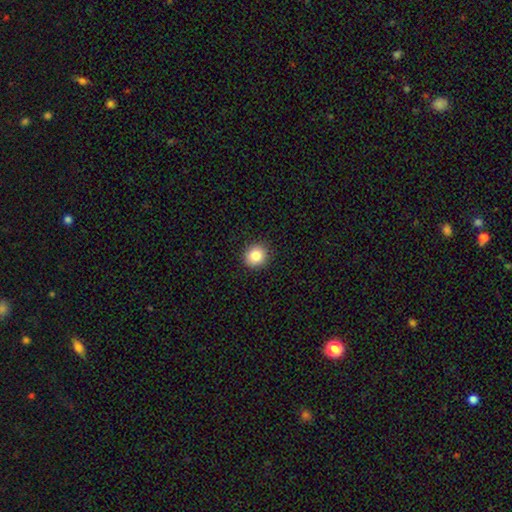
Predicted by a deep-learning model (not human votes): A smooth galaxy with no disk features (84%) that is round (84%). Merging: none (91%).